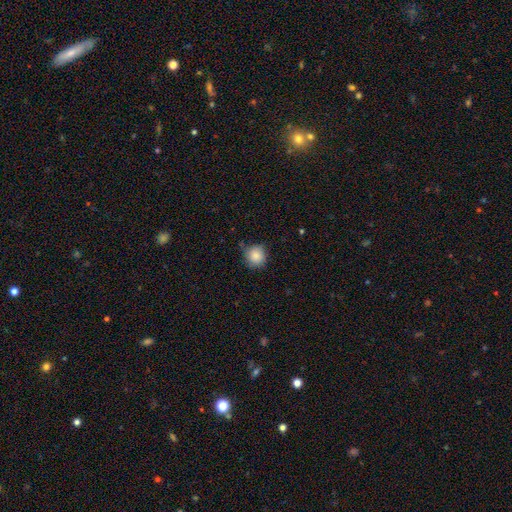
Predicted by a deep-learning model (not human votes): The model was most divided on "merging": none: 74%, minor disturbance: 21%, major disturbance: 3%, merger: 2%. More confident: how rounded — round (90%); smooth or featured — smooth (86%).